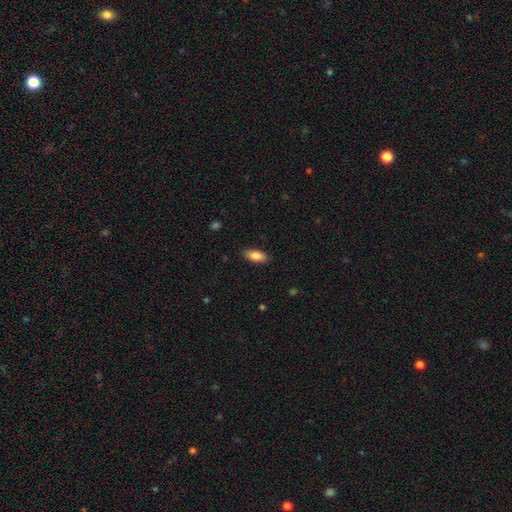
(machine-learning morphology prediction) smooth_or_featured: smooth (p=0.84) [alt: featured or disk p=0.09]
how_rounded: in between (p=0.86) [alt: cigar-shaped p=0.12]
merging: none (p=0.87) [alt: minor disturbance p=0.09]